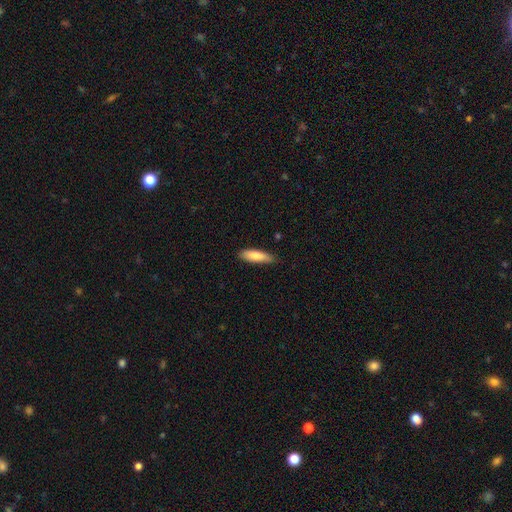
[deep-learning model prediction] Smooth or featured? smooth (83%)
How rounded? cigar-shaped (58%)
Merging? none (79%)